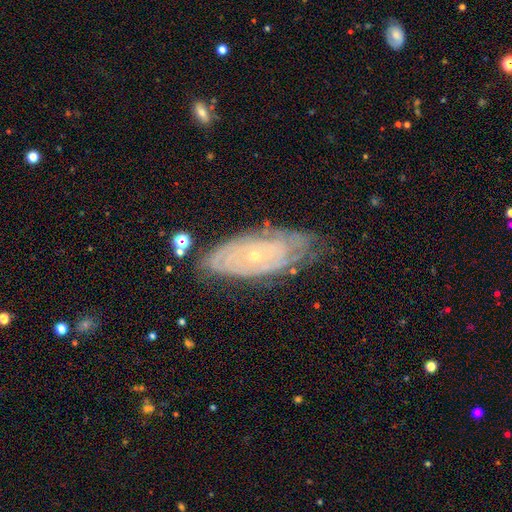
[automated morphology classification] Q: Smooth or featured?
A: featured or disk (76%); runner-up: smooth (16%)
Q: Edge-on disk?
A: no (89%); runner-up: yes (11%)
Q: Bar?
A: no (83%); runner-up: weak (13%)
Q: Spiral arms?
A: yes (82%); runner-up: no (18%)
Q: Spiral winding?
A: tight (80%); runner-up: medium (15%)
Q: Spiral arm count?
A: can't tell (61%); runner-up: 2 (14%)
Q: Bulge size?
A: small (83%); runner-up: moderate (14%)
Q: Merging?
A: none (67%); runner-up: minor disturbance (23%)